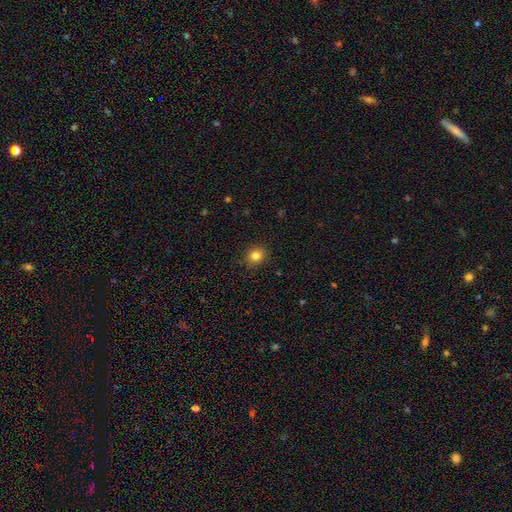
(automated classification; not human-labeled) Q: Smooth or featured?
A: smooth (83%); runner-up: star or artifact (11%)
Q: How rounded?
A: round (74%); runner-up: in between (25%)
Q: Merging?
A: none (89%); runner-up: minor disturbance (7%)